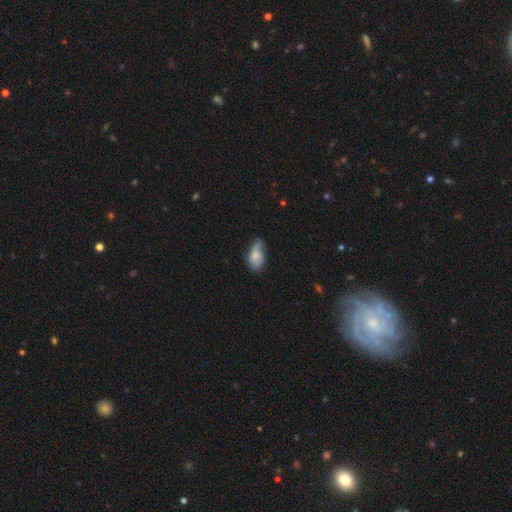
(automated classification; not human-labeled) Smooth or featured? Predicted: smooth (p=0.66). How rounded? Predicted: in between (p=0.91). Merging? Predicted: none (p=0.46).